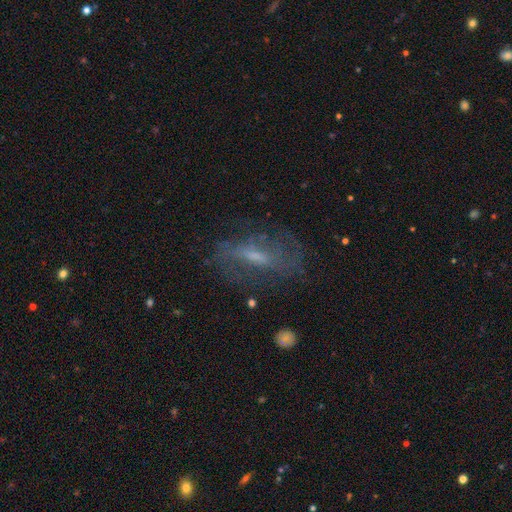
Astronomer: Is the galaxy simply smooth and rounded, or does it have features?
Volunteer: featured or disk — 90%.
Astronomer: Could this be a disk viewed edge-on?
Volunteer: no — 89%.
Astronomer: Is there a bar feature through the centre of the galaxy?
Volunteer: strong — 55% (runner-up: weak, 39%).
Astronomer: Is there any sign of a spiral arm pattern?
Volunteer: yes — 94%.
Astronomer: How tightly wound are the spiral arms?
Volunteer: medium — 55%.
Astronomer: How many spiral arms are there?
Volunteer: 2 — 66%.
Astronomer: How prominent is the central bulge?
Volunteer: moderate — 42% (runner-up: small, 35%).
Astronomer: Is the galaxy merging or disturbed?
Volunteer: none — 66%.